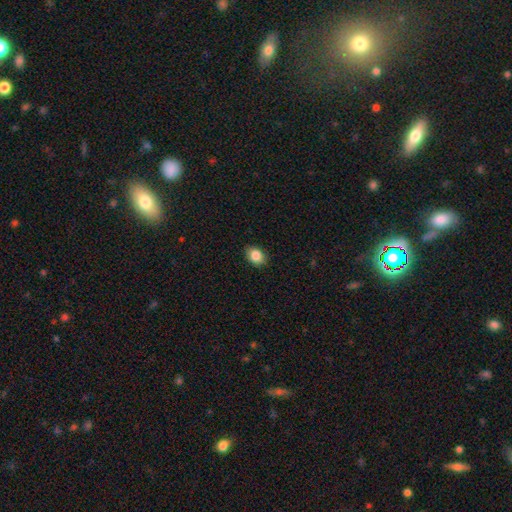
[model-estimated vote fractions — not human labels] Smooth or featured? Predicted: smooth (p=0.86). How rounded? Predicted: in between (p=0.67). Merging? Predicted: none (p=0.88).